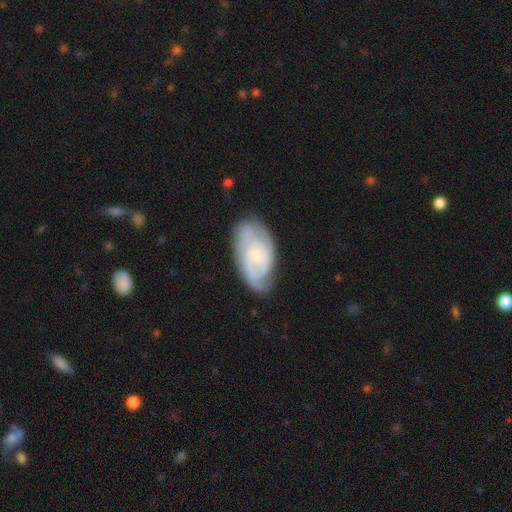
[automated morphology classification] smooth_or_featured: featured or disk (p=0.73) [alt: smooth p=0.22]
disk_edge_on: no (p=0.96) [alt: yes p=0.04]
bar: no (p=0.69) [alt: weak p=0.27]
has_spiral_arms: yes (p=0.90) [alt: no p=0.10]
spiral_winding: tight (p=0.56) [alt: medium p=0.33]
spiral_arm_count: 2 (p=0.44) [alt: can't tell p=0.33]
bulge_size: small (p=0.66) [alt: moderate p=0.22]
merging: none (p=0.68) [alt: minor disturbance p=0.23]